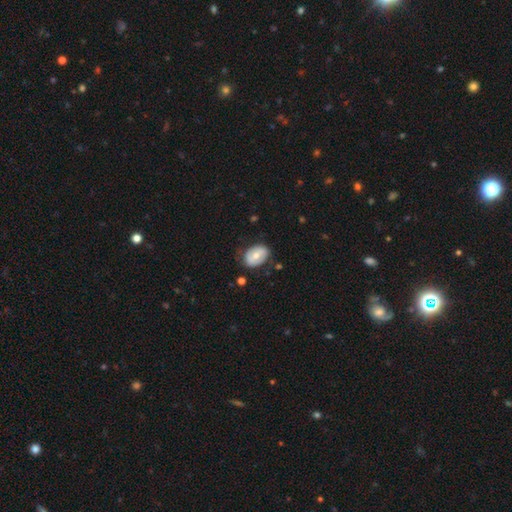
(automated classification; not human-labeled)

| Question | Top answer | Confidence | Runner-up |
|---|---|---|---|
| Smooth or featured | smooth | 55% | featured or disk (38%) |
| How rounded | in between | 80% | round (19%) |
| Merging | none | 71% | minor disturbance (22%) |